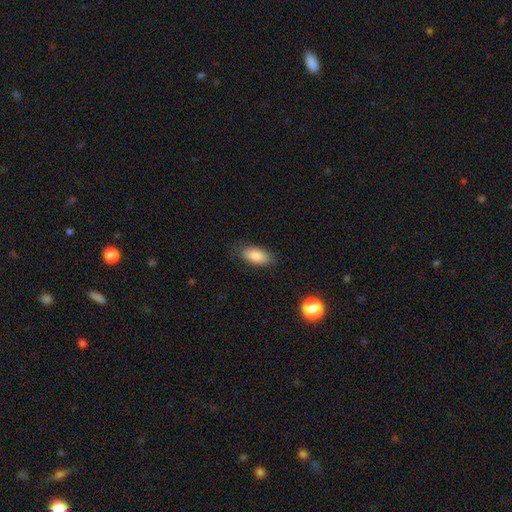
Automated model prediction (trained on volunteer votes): Smooth or featured: smooth — 85% (featured or disk — 8%)
How rounded: in between — 89% (cigar-shaped — 7%)
Merging: none — 82% (minor disturbance — 13%)